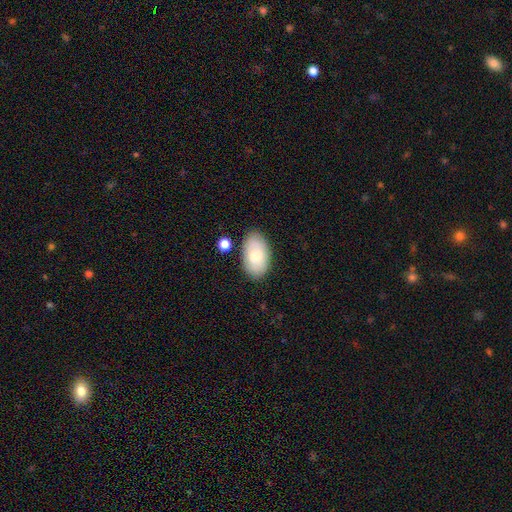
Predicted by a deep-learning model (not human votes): smooth 72%, featured or disk 21%, star or artifact 7%. Down the decision tree: how rounded — in between (92%); merging — none (80%).